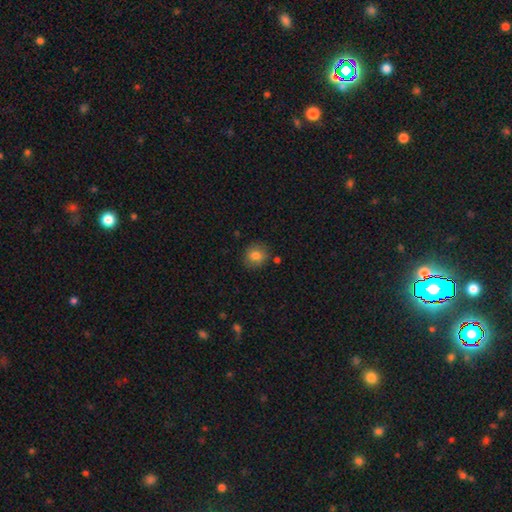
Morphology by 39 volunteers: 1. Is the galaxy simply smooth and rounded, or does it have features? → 85% smooth, 10% star or artifact, 5% featured or disk.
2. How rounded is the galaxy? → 79% round, 21% in between, 0% cigar-shaped.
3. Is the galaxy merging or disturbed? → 69% none, 17% merger, 9% major disturbance, 6% minor disturbance.